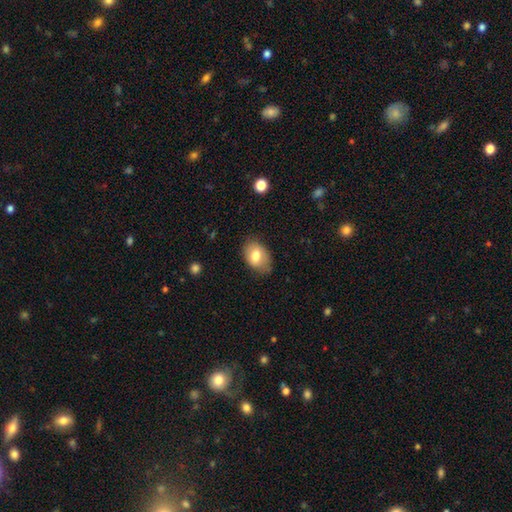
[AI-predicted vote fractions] Smooth or featured?
  - smooth: 75% *
  - featured or disk: 18%
  - star or artifact: 7%
How rounded?
  - in between: 84% *
  - round: 14%
  - cigar-shaped: 1%
Merging?
  - none: 75% *
  - minor disturbance: 19%
  - major disturbance: 4%
  - merger: 1%